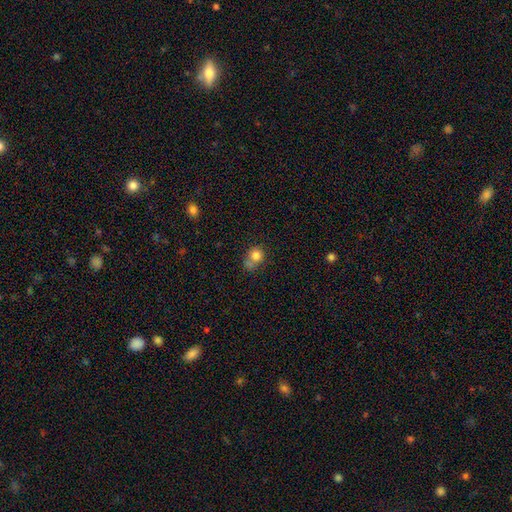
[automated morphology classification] A smooth galaxy with no disk features (80%) that is round (77%). Merging: none (43%).